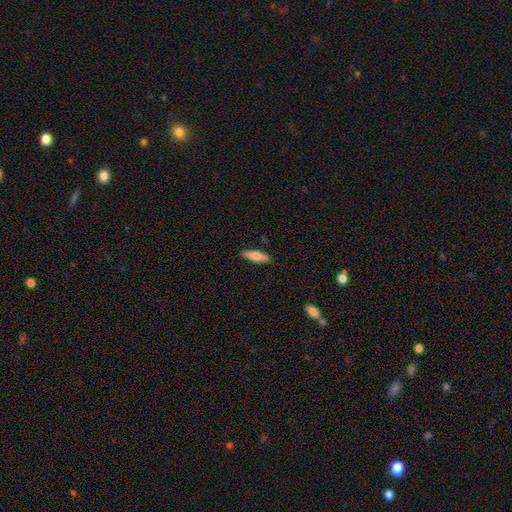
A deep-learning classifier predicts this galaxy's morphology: type=smooth (75%); roundness=cigar-shaped (53%); merging=none (88%).